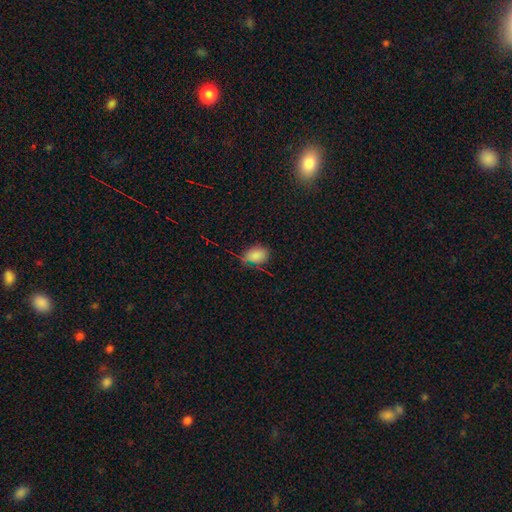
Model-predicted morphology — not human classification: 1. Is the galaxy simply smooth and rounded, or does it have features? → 80% smooth, 14% star or artifact, 6% featured or disk.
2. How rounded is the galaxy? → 76% in between, 23% round, 2% cigar-shaped.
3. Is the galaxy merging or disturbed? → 63% none, 27% minor disturbance, 8% major disturbance, 3% merger.